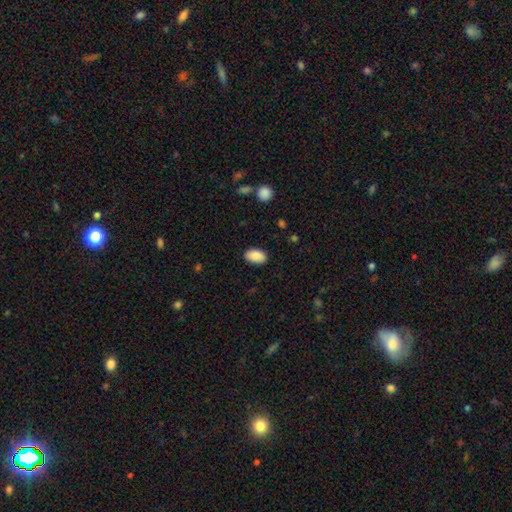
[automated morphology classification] The model was most divided on "merging": none: 87%, minor disturbance: 10%, major disturbance: 2%, merger: 1%. More confident: how rounded — in between (94%); smooth or featured — smooth (88%).